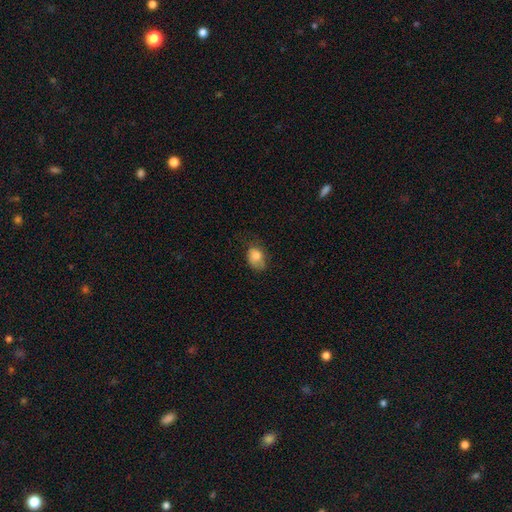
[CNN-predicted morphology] The model was most divided on "merging": none: 48%, minor disturbance: 34%, major disturbance: 16%, merger: 2%. More confident: smooth or featured — smooth (80%); how rounded — in between (77%).